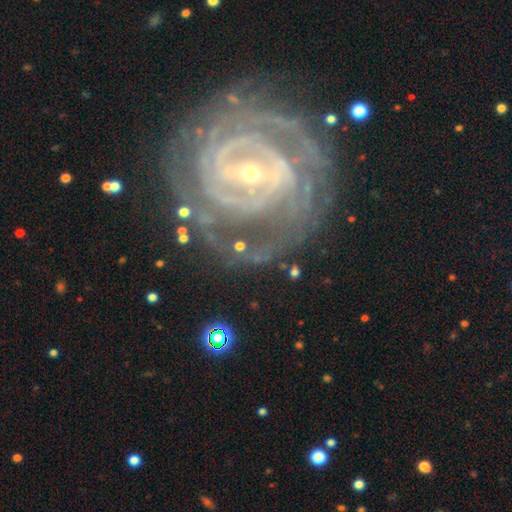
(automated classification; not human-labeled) Smooth or featured: featured or disk — 88% (star or artifact — 7%)
Edge-on disk: no — 97% (yes — 3%)
Bar: strong — 51% (weak — 32%)
Spiral arms: yes — 94% (no — 6%)
Spiral winding: tight — 68% (medium — 25%)
Spiral arm count: can't tell — 29% (2 — 23%)
Bulge size: small — 76% (moderate — 20%)
Merging: none — 67% (minor disturbance — 17%)